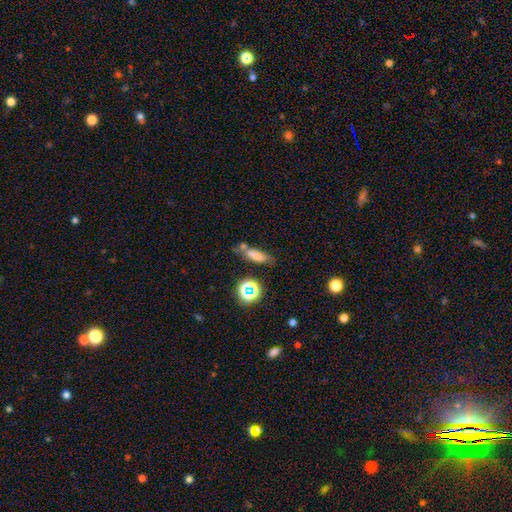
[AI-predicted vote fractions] Q: Smooth or featured?
A: smooth (67%); runner-up: star or artifact (19%)
Q: How rounded?
A: in between (51%); runner-up: cigar-shaped (40%)
Q: Merging?
A: none (53%); runner-up: merger (20%)